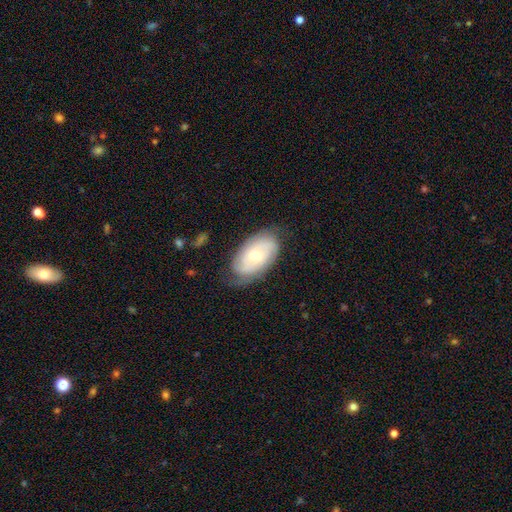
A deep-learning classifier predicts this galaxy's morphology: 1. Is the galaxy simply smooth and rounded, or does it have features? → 59% featured or disk, 35% smooth, 6% star or artifact.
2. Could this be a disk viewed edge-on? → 93% no, 7% yes.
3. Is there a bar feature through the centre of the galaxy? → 64% no, 30% weak, 6% strong.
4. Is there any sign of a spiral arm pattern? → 81% yes, 19% no.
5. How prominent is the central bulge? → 60% moderate, 35% small, 3% large, 1% none, 1% dominant.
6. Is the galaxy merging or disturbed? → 69% none, 23% minor disturbance, 7% major disturbance, 1% merger.